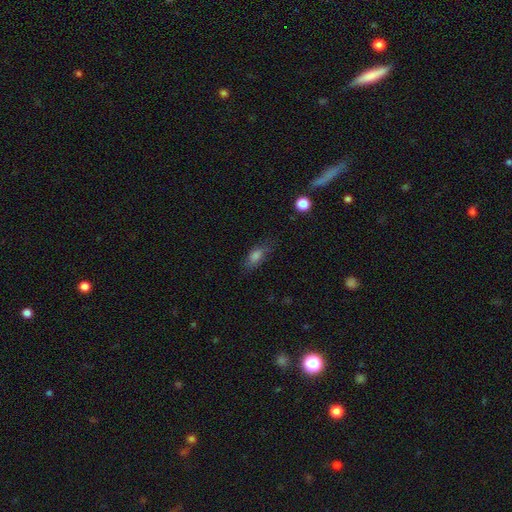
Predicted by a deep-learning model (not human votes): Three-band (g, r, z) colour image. It shows a smooth galaxy with no disk features (75%) that is in between round and cigar-shaped (77%). Merging: none (71%).